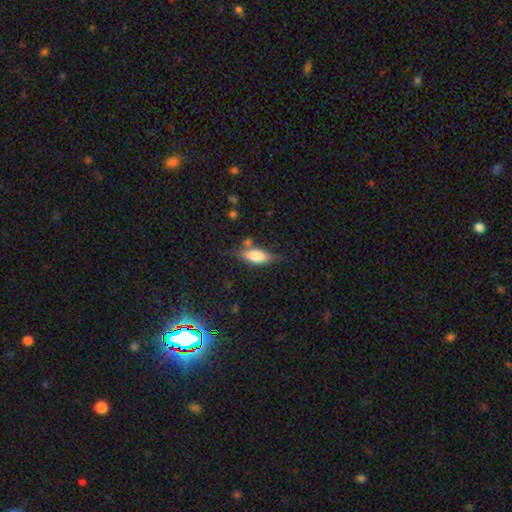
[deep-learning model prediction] Q: Smooth or featured?
A: smooth (66%); runner-up: featured or disk (26%)
Q: How rounded?
A: in between (75%); runner-up: cigar-shaped (22%)
Q: Merging?
A: none (62%); runner-up: minor disturbance (23%)